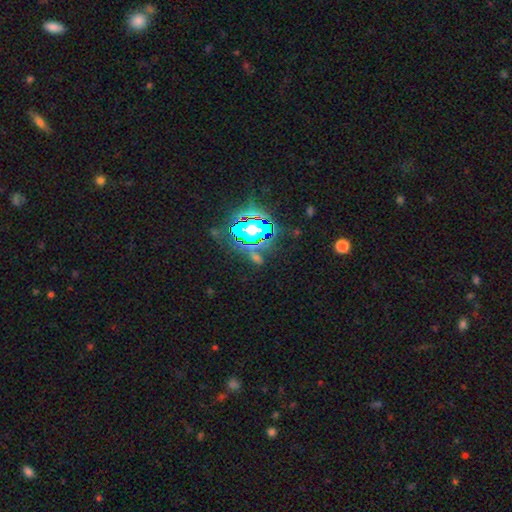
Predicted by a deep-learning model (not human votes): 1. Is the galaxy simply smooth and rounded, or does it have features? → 73% star or artifact, 16% smooth, 11% featured or disk.